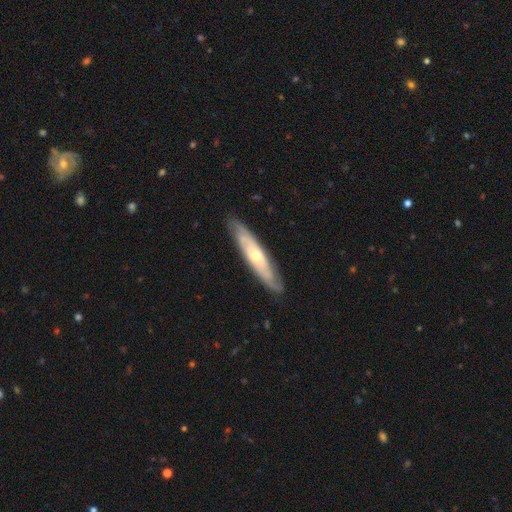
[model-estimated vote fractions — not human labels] Morphology: type=featured or disk (71%); edge-on=no (53%); merging=none (84%).